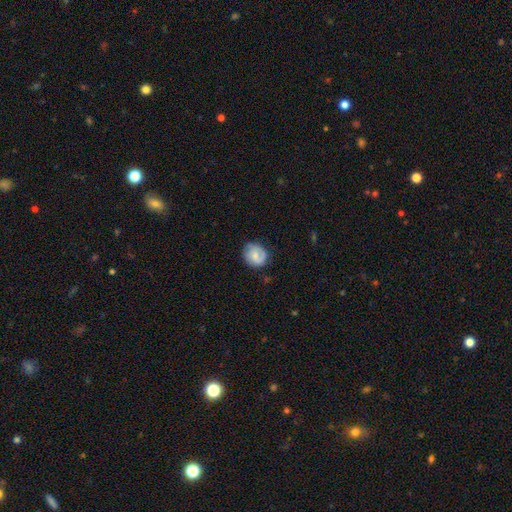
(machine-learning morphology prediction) A smooth galaxy with no disk features (57%) that is round (74%). Merging: none (69%).